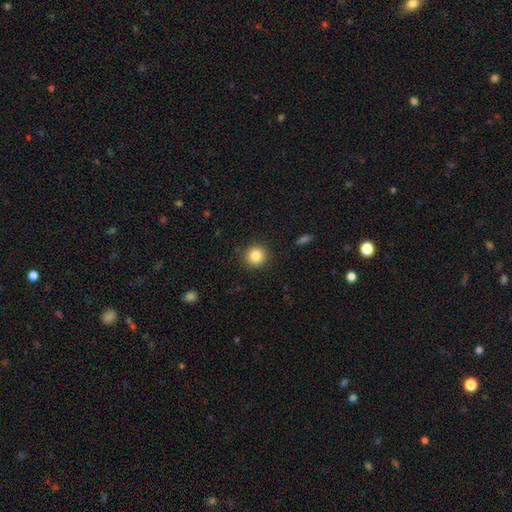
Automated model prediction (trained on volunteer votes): Smooth or featured? Predicted: smooth (p=0.85). How rounded? Predicted: round (p=0.93). Merging? Predicted: none (p=0.91).